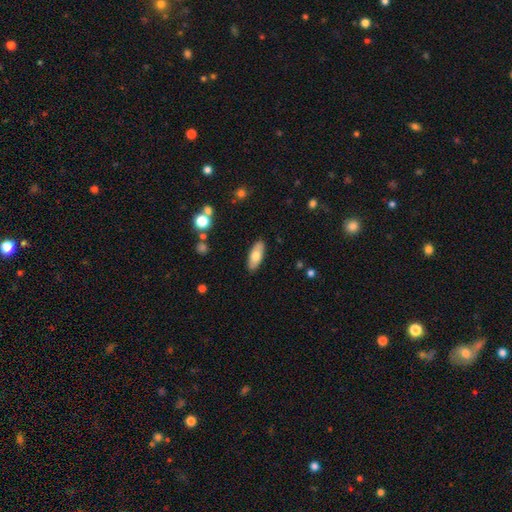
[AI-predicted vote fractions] A smooth galaxy with no disk features (70%) that is in between round and cigar-shaped (76%).

Vote fractions:
- Smooth or featured? smooth: 70% / featured or disk: 24% / star or artifact: 6%
- How rounded? in between: 76% / cigar-shaped: 22% / round: 2%
- Merging? none: 88% / minor disturbance: 9% / major disturbance: 2% / merger: 1%